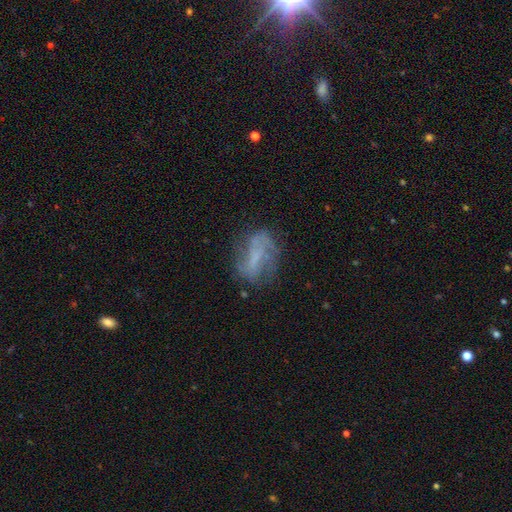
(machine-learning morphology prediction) type=featured or disk (60%); edge-on=no (95%); bar=weak (40%); spiral arms=yes (72%); bulge=none (51%); merging=none (62%).